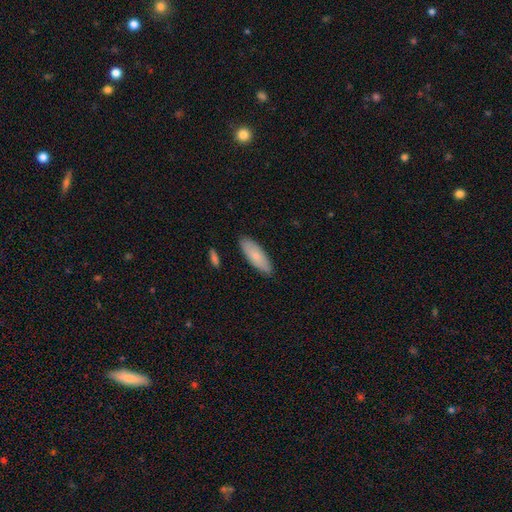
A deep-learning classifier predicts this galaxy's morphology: Overall: smooth (74%). How rounded: in between (67%; cigar-shaped 31%). Merging: none (87%).